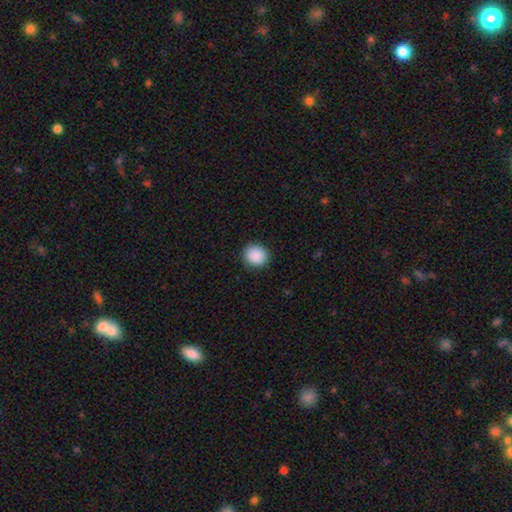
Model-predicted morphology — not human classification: A smooth galaxy with no disk features (90%) that is round (87%).

Vote fractions:
- Smooth or featured? smooth: 90% / star or artifact: 7% / featured or disk: 3%
- How rounded? round: 87% / in between: 12% / cigar-shaped: 1%
- Merging? none: 90% / minor disturbance: 7% / major disturbance: 2% / merger: 1%